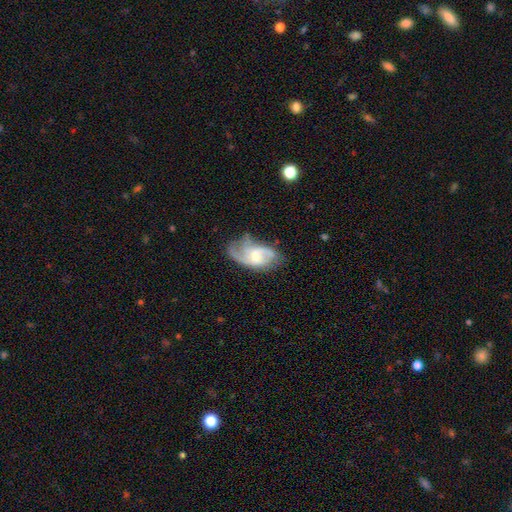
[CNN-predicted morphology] Smooth or featured: featured or disk — 78% (smooth — 16%)
Edge-on disk: no — 96% (yes — 4%)
Bar: no — 60% (weak — 34%)
Spiral arms: yes — 92% (no — 8%)
Spiral winding: medium — 47% (loose — 32%)
Spiral arm count: 2 — 48% (3 — 23%)
Bulge size: small — 50% (moderate — 44%)
Merging: none — 49% (minor disturbance — 27%)